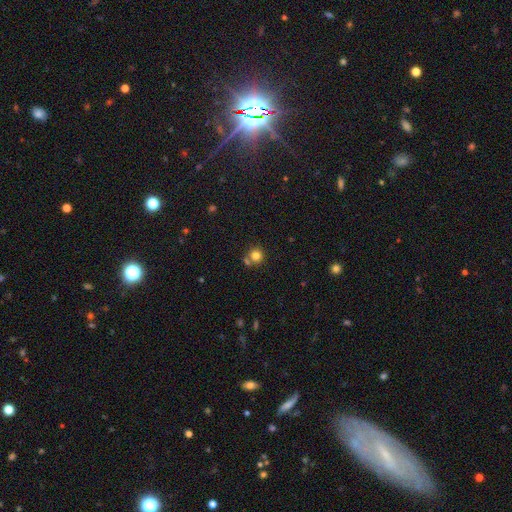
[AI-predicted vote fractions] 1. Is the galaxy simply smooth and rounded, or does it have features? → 80% smooth, 12% star or artifact, 8% featured or disk.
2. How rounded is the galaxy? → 91% round, 8% in between, 1% cigar-shaped.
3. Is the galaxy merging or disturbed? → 67% none, 21% merger, 9% minor disturbance, 3% major disturbance.